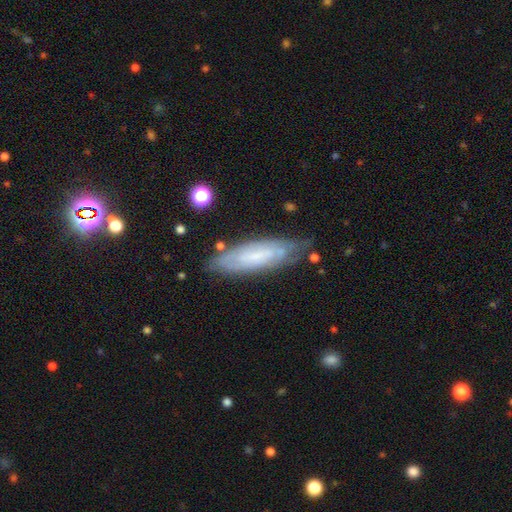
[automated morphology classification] Overall: featured or disk (51%; smooth 41%). Edge-on disk: no (65%; yes 35%). Merging: none (74%).